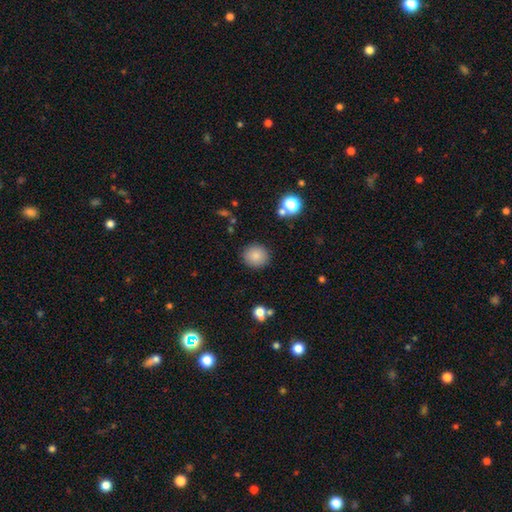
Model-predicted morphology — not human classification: Smooth or featured? smooth (85%)
How rounded? round (91%)
Merging? none (88%)